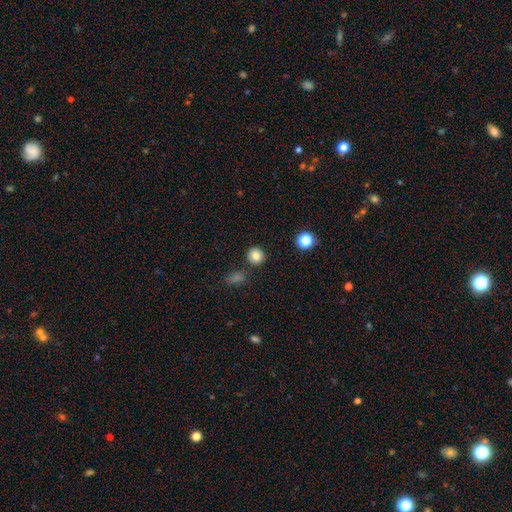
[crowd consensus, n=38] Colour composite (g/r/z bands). It shows a smooth galaxy with no disk features (87%) that is round (94%). Merging: none (94%).